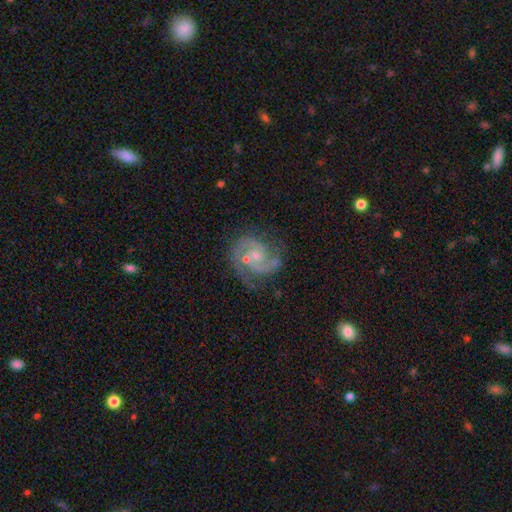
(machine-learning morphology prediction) A featured or disk galaxy (91%) with no bar (60%), 2 (82%) medium (55%) spiral arms (98%) and a small central bulge (60%).

Vote fractions:
- Smooth or featured? featured or disk: 91% / star or artifact: 5% / smooth: 4%
- Edge-on disk? no: 98% / yes: 2%
- Bar? no: 60% / weak: 33% / strong: 7%
- Spiral arms? yes: 98% / no: 2%
- Spiral winding? medium: 55% / tight: 35% / loose: 10%
- Spiral arm count? 2: 82% / 3: 9% / can't tell: 4% / 1: 2% / 4: 2% / more than 4: 2%
- Bulge size? small: 60% / moderate: 33% / none: 4% / large: 1% / dominant: 1%
- Merging? none: 72% / minor disturbance: 18% / major disturbance: 8% / merger: 3%